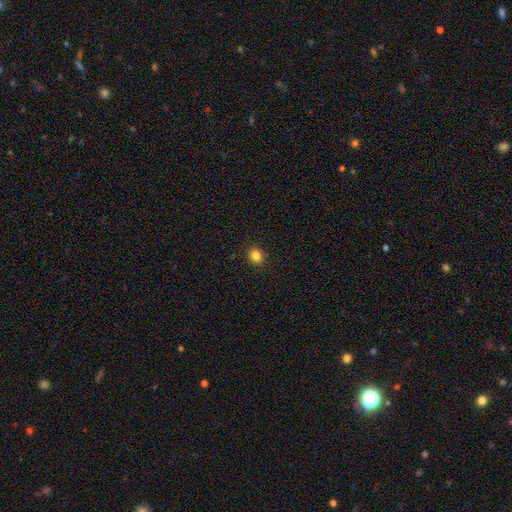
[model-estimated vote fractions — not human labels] Smooth or featured? Predicted: smooth (p=0.84). How rounded? Predicted: round (p=0.66). Merging? Predicted: none (p=0.91).